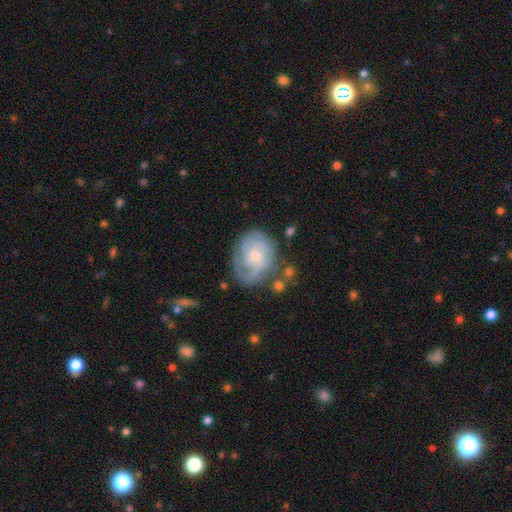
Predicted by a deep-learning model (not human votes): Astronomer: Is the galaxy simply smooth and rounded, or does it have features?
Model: featured or disk — 77%.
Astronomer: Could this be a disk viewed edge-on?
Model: no — 97%.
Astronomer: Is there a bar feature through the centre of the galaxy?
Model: no — 66%.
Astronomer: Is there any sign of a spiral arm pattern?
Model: yes — 92%.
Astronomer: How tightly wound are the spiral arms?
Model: tight — 55% (runner-up: medium, 34%).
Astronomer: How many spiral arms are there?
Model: can't tell — 32% (runner-up: 2, 27%).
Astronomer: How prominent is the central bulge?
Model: small — 48% (runner-up: moderate, 46%).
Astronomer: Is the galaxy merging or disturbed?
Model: none — 62%.